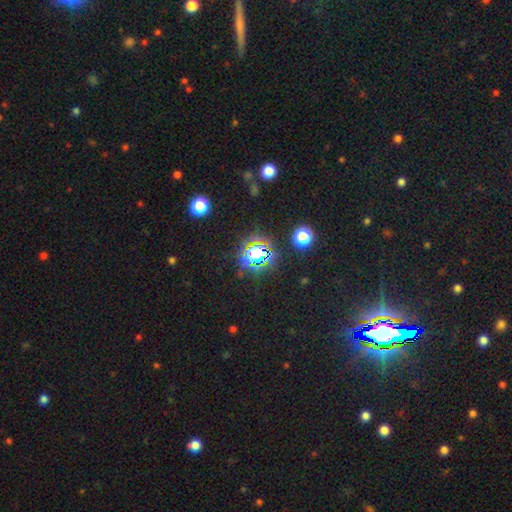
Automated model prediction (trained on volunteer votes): smooth_or_featured: star or artifact (p=0.66) [alt: smooth p=0.23]